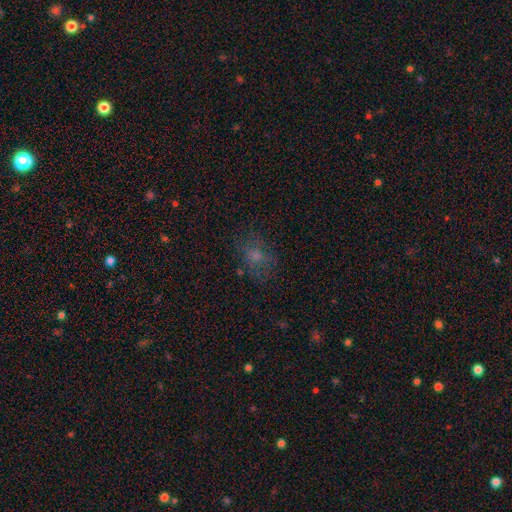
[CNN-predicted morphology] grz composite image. It shows a smooth galaxy with no disk features (59%) that is in between round and cigar-shaped (55%). Merging: none (68%).